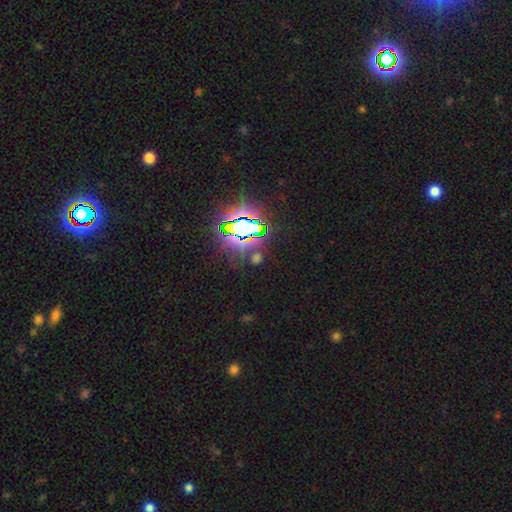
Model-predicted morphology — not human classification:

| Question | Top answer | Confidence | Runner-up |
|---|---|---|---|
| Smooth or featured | star or artifact | 77% | smooth (14%) |